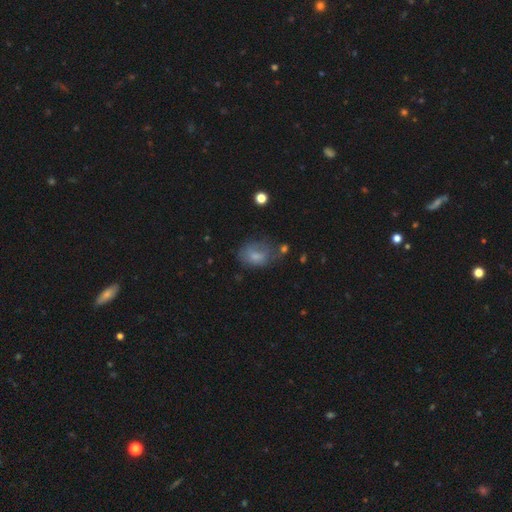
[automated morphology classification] Smooth or featured: smooth — 68% (featured or disk — 21%)
How rounded: in between — 74% (round — 25%)
Merging: none — 40% (minor disturbance — 32%)